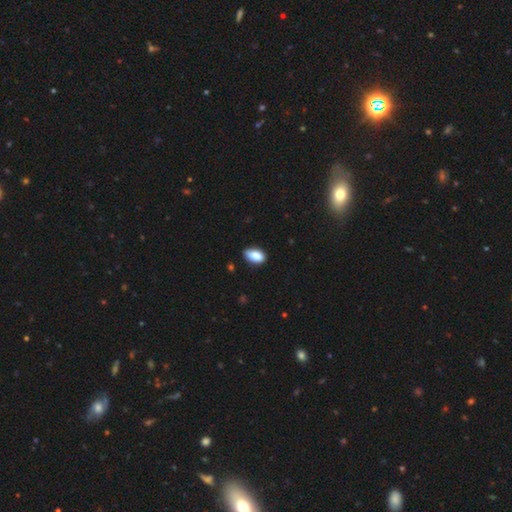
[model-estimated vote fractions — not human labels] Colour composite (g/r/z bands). It shows a smooth galaxy with no disk features (87%) that is in between round and cigar-shaped (93%). Merging: none (74%).